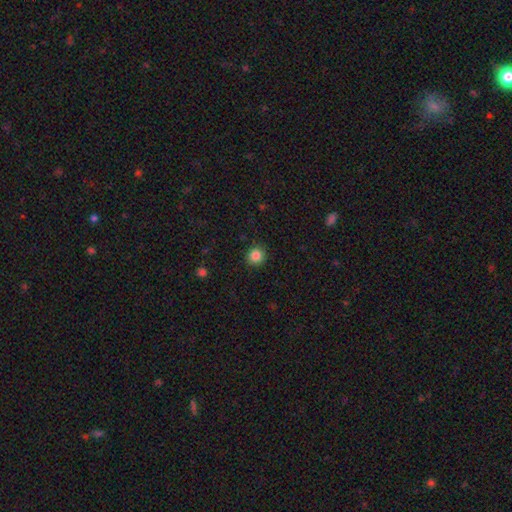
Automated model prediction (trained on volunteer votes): This is clearly a smooth galaxy (85%). How rounded: clearly round (93%). Merging: clearly none (91%).